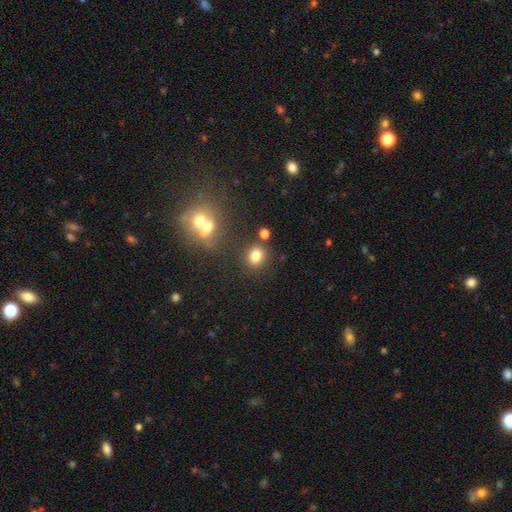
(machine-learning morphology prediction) Smooth or featured: smooth — 79% (star or artifact — 14%)
How rounded: round — 76% (in between — 23%)
Merging: none — 79% (minor disturbance — 9%)